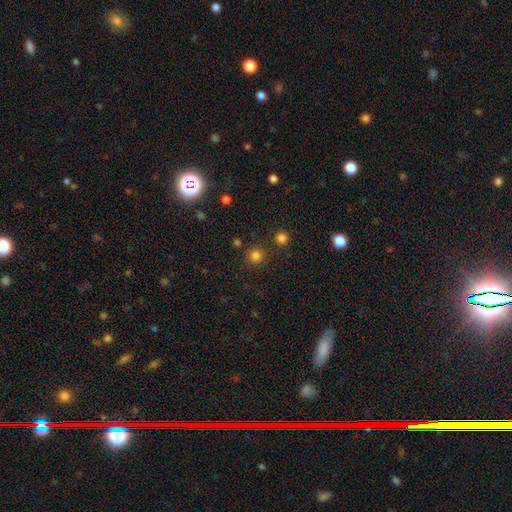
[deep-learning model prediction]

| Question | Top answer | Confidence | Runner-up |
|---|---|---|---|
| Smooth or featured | smooth | 79% | star or artifact (17%) |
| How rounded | round | 92% | in between (7%) |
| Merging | none | 84% | minor disturbance (7%) |